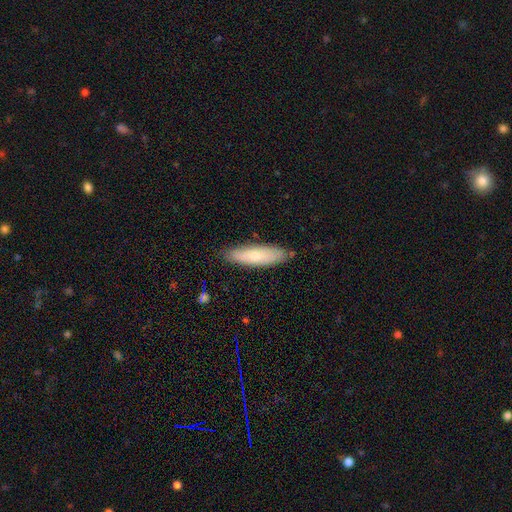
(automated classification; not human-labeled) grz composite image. It shows a smooth galaxy with no disk features (70%) that is cigar-shaped (63%). Merging: none (83%).